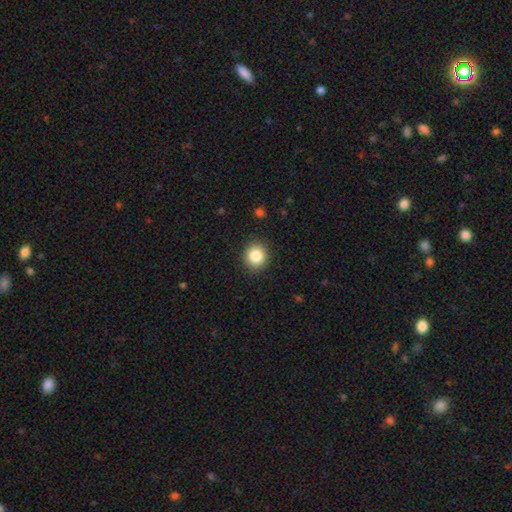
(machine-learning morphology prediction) A smooth galaxy with no disk features (85%) that is round (84%). Merging: none (90%).